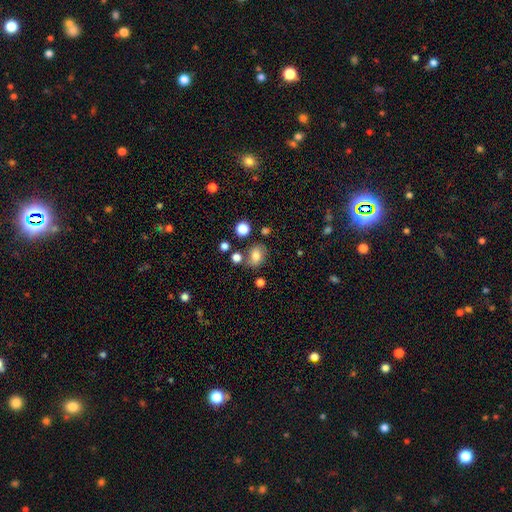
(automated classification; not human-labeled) The model was most divided on "how rounded": in between: 55%, round: 44%, cigar-shaped: 1%. More confident: smooth or featured — smooth (72%); merging — none (67%).